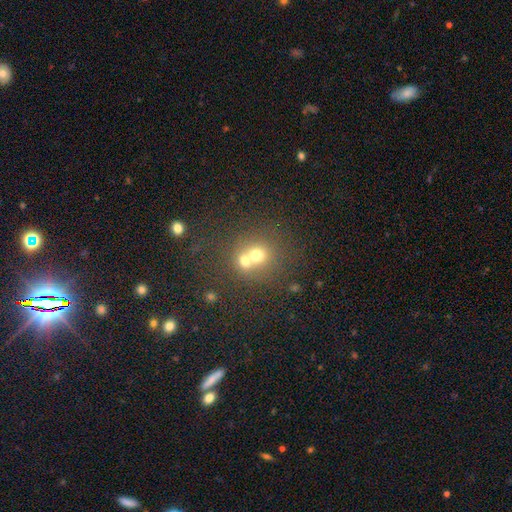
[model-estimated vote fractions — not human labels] Smooth or featured? Predicted: smooth (p=0.64). How rounded? Predicted: round (p=0.80). Merging? Predicted: merger (p=0.57).